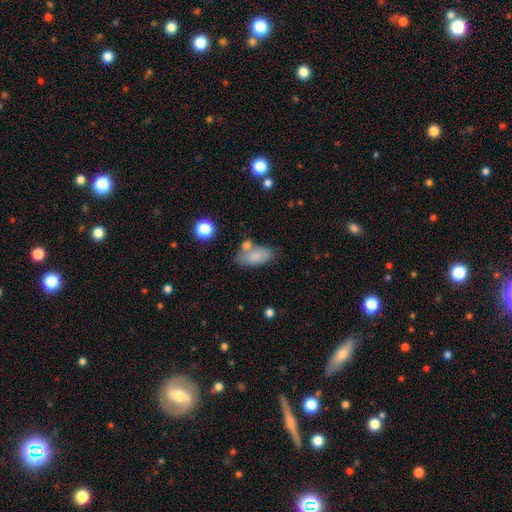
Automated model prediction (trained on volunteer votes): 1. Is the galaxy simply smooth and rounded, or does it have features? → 80% smooth, 12% featured or disk, 8% star or artifact.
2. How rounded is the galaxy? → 91% in between, 5% cigar-shaped, 4% round.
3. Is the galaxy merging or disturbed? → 53% none, 23% merger, 18% minor disturbance, 6% major disturbance.